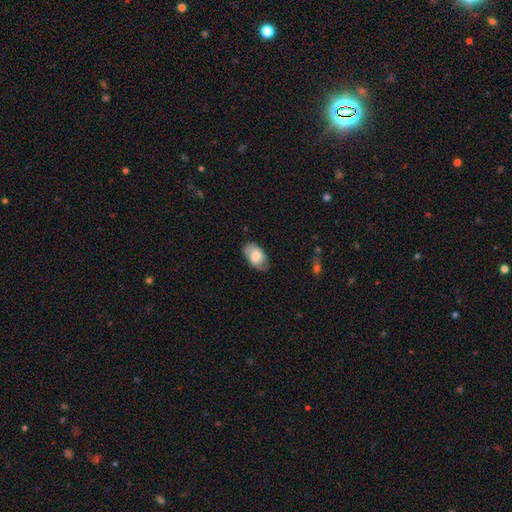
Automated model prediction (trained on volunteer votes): smooth 73%, featured or disk 21%, star or artifact 6%. Down the decision tree: how rounded — in between (94%); merging — none (74%).